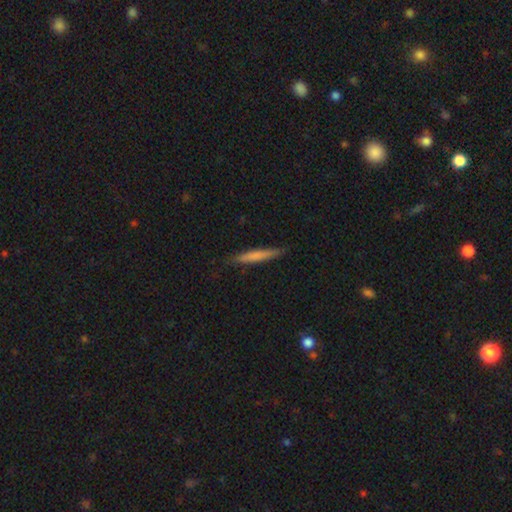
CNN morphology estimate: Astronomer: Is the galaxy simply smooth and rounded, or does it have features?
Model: smooth — 70%.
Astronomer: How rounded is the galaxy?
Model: cigar-shaped — 94%.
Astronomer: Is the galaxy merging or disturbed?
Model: none — 86%.